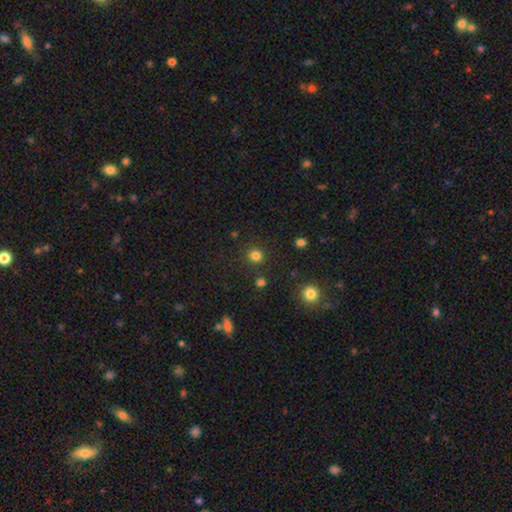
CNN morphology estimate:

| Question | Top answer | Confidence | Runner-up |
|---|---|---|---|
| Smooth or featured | smooth | 80% | star or artifact (15%) |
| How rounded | round | 91% | in between (8%) |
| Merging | none | 87% | minor disturbance (7%) |